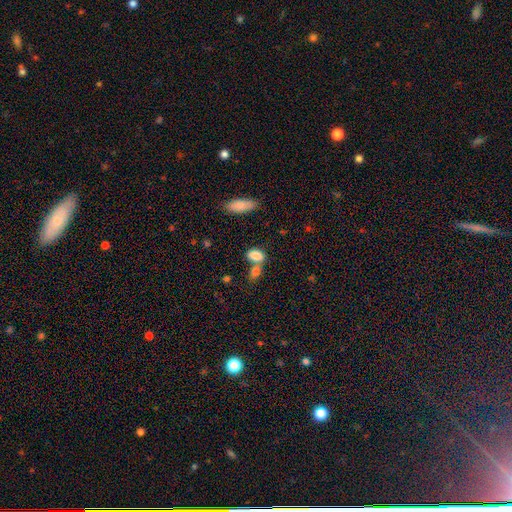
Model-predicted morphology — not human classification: Q: Smooth or featured?
A: smooth (83%); runner-up: star or artifact (9%)
Q: How rounded?
A: in between (88%); runner-up: round (9%)
Q: Merging?
A: merger (43%); runner-up: none (41%)